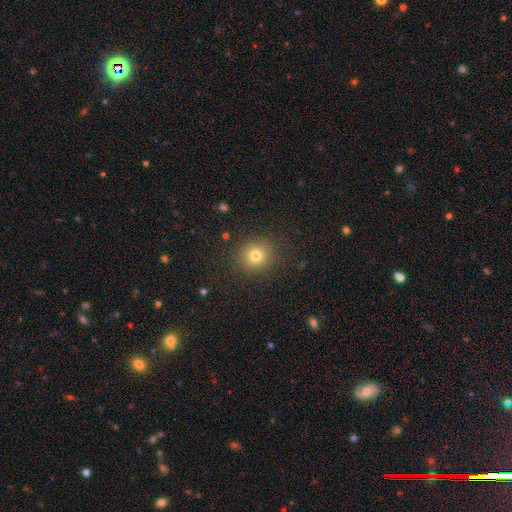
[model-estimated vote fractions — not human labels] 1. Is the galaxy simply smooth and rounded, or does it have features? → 77% smooth, 15% star or artifact, 9% featured or disk.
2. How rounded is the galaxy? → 86% round, 13% in between, 1% cigar-shaped.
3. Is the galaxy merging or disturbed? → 87% none, 8% minor disturbance, 3% major disturbance, 1% merger.